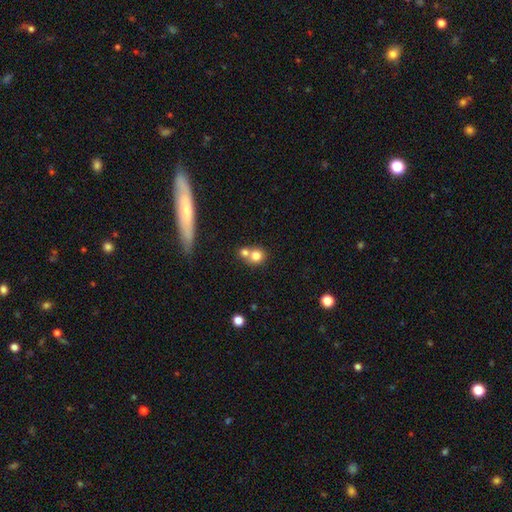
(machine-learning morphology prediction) Smooth or featured? Predicted: smooth (p=0.77). How rounded? Predicted: round (p=0.85). Merging? Predicted: merger (p=0.48).